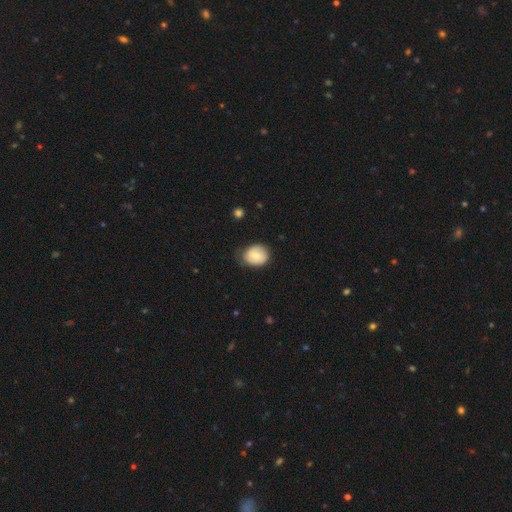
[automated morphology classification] The model was most divided on "how rounded": round: 59%, in between: 41%, cigar-shaped: 1%. More confident: smooth or featured — smooth (68%); merging — none (66%).